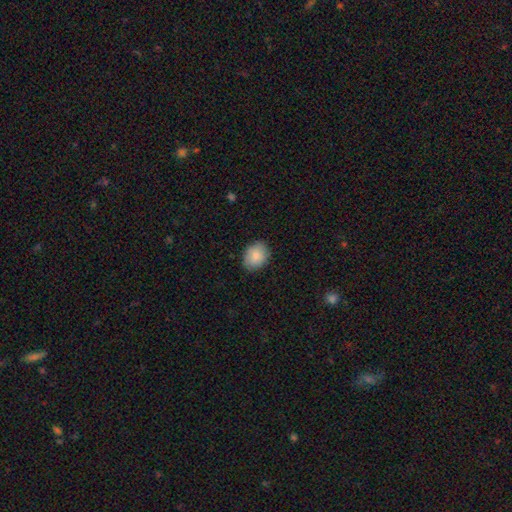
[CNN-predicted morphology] smooth-or-featured: smooth: 87% | star or artifact: 7% | featured or disk: 6%
  how-rounded: in between: 54% | round: 45% | cigar-shaped: 1%
  merging: none: 86% | minor disturbance: 11% | major disturbance: 2% | merger: 1%